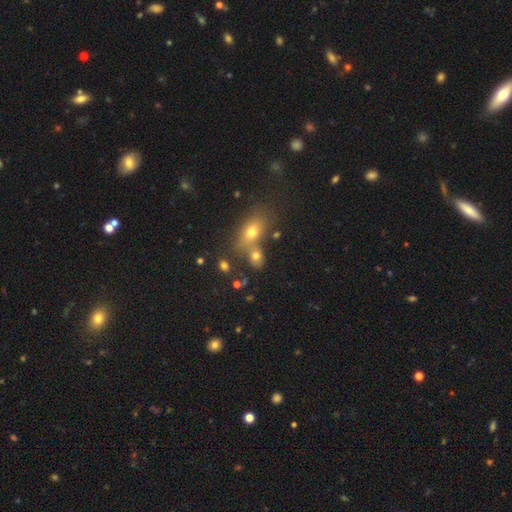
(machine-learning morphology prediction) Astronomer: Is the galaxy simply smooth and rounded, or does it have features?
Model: smooth — 70%.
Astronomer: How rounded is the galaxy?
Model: in between — 68%.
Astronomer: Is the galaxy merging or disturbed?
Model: merger — 45% (runner-up: none, 40%).